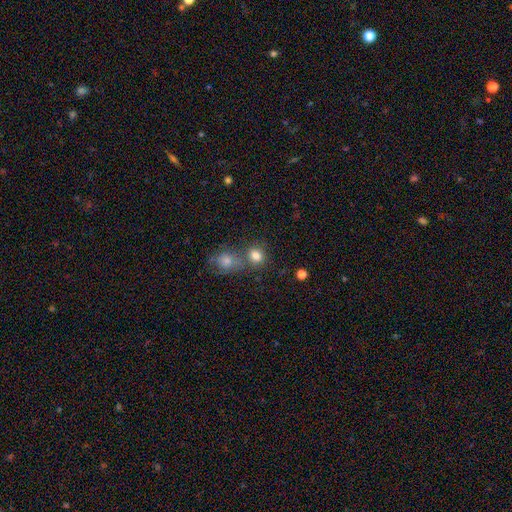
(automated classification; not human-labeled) This is clearly a smooth galaxy (81%). How rounded: likely round (66%). Merging: possibly none (51%).